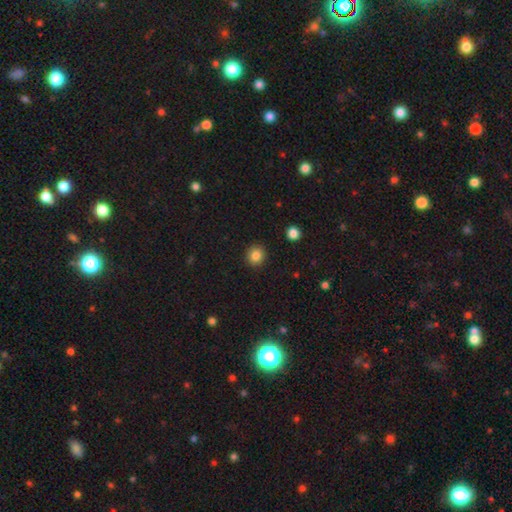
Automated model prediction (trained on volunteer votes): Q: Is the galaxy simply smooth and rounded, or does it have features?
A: smooth — 85%.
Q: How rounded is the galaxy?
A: round — 83%.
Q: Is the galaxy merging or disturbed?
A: none — 90%.